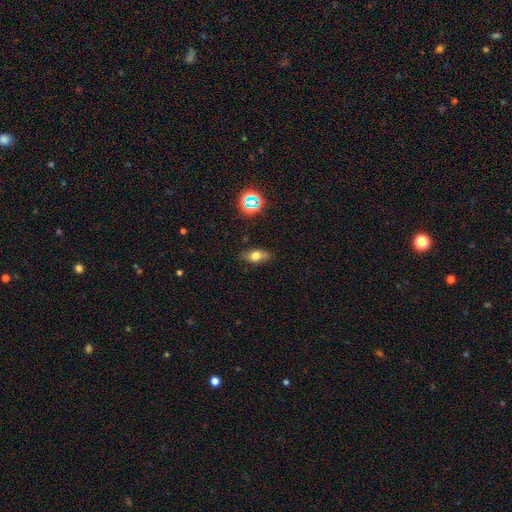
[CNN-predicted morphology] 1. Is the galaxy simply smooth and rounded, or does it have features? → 63% smooth, 24% featured or disk, 13% star or artifact.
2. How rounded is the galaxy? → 75% in between, 14% cigar-shaped, 11% round.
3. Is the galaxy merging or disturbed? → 79% none, 15% minor disturbance, 3% major disturbance, 2% merger.